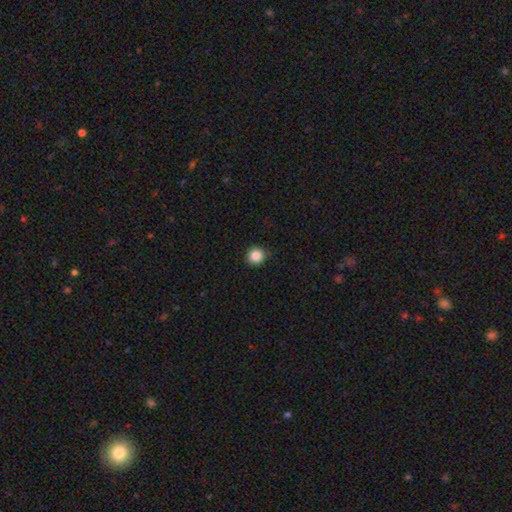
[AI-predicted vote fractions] Smooth or featured: smooth — 86% (star or artifact — 10%)
How rounded: round — 93% (in between — 6%)
Merging: none — 91% (minor disturbance — 7%)